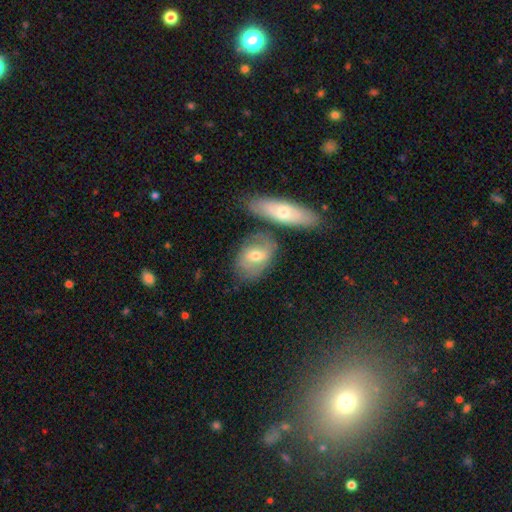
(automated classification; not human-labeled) smooth-or-featured: smooth: 52% | featured or disk: 40% | star or artifact: 7%
  how-rounded: in between: 77% | round: 16% | cigar-shaped: 6%
  merging: none: 63% | merger: 17% | minor disturbance: 16% | major disturbance: 5%